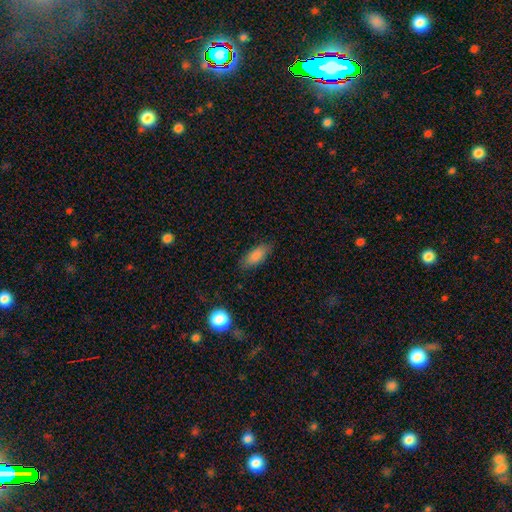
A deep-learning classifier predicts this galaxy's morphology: The model was most divided on "how rounded": in between: 79%, cigar-shaped: 19%, round: 2%. More confident: smooth or featured — smooth (85%); merging — none (82%).